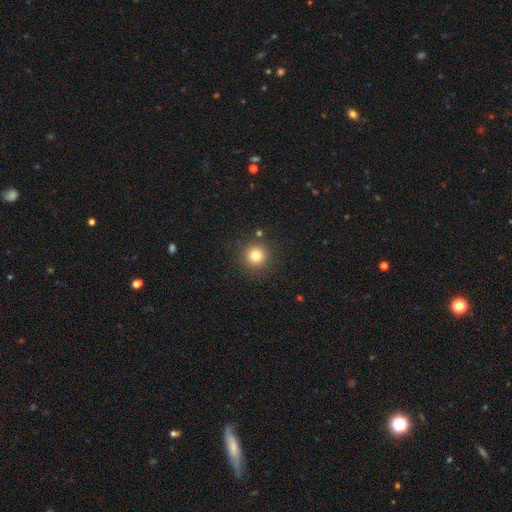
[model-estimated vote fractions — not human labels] smooth 80%, star or artifact 13%, featured or disk 7%. Down the decision tree: how rounded — round (95%); merging — none (88%).